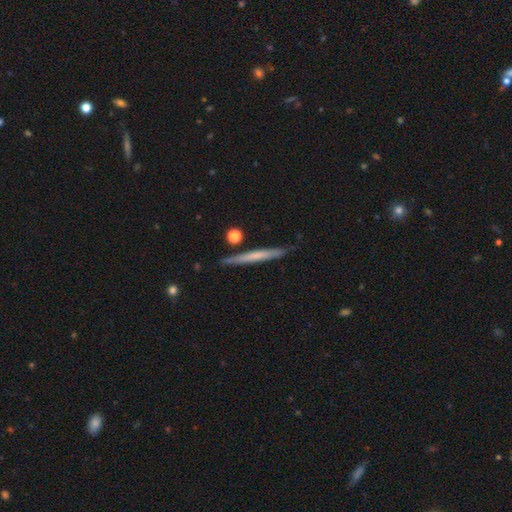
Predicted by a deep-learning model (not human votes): The model was most divided on "smooth or featured": smooth: 50%, featured or disk: 44%, star or artifact: 6%. More confident: merging — none (85%).